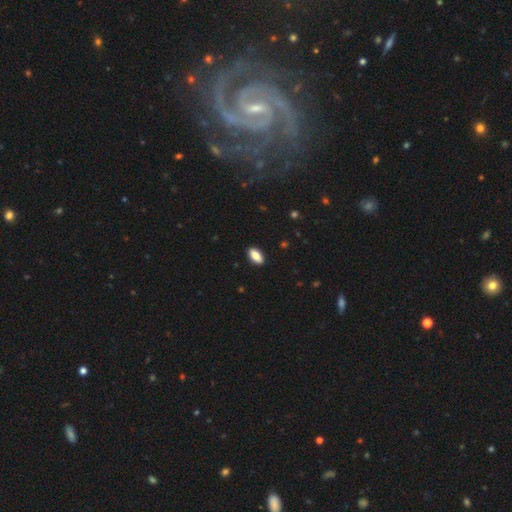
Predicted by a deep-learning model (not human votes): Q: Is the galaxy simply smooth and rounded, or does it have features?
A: smooth — 86%.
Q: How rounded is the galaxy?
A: in between — 90%.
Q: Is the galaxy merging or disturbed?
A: none — 90%.